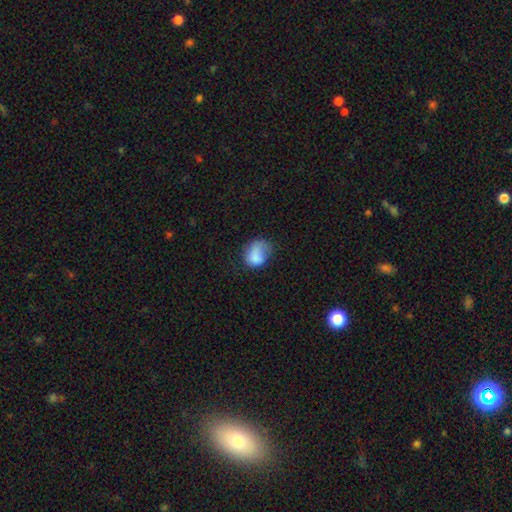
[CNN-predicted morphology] smooth-or-featured: smooth: 77% | featured or disk: 14% | star or artifact: 9%
  how-rounded: in between: 59% | round: 40% | cigar-shaped: 1%
  merging: none: 35% | minor disturbance: 32% | major disturbance: 28% | merger: 5%